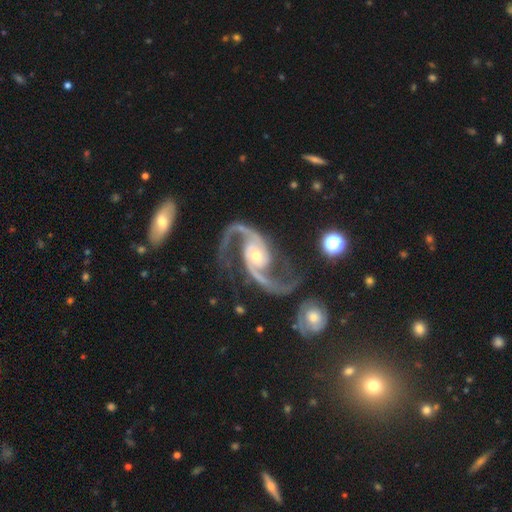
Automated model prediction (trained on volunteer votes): This appears to be a featured or disk galaxy (94%) with no bar (56%), 2 (95%) loose (46%) spiral arms (99%) and a moderate central bulge (47%). Merging: none (71%).